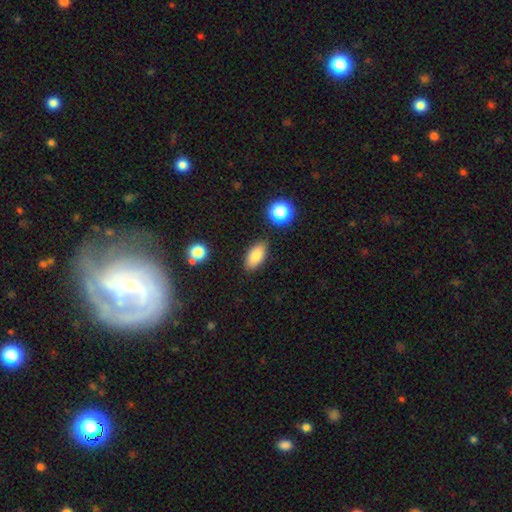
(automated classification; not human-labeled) This appears to be a smooth galaxy with no disk features (83%) that is in between round and cigar-shaped (88%). Merging: none (85%).